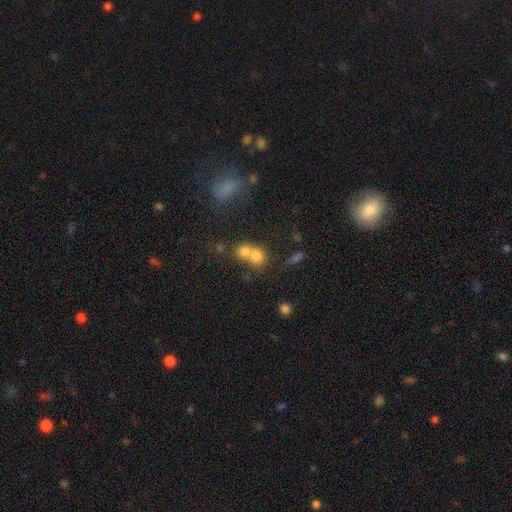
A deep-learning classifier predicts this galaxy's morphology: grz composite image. It shows a smooth galaxy with no disk features (74%) that is round (73%). Merging: merger (62%).